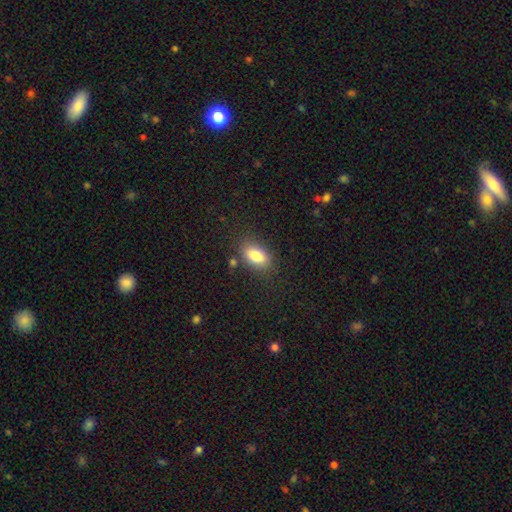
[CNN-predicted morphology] This is clearly a smooth galaxy (84%). How rounded: clearly in between (89%). Merging: clearly none (81%).